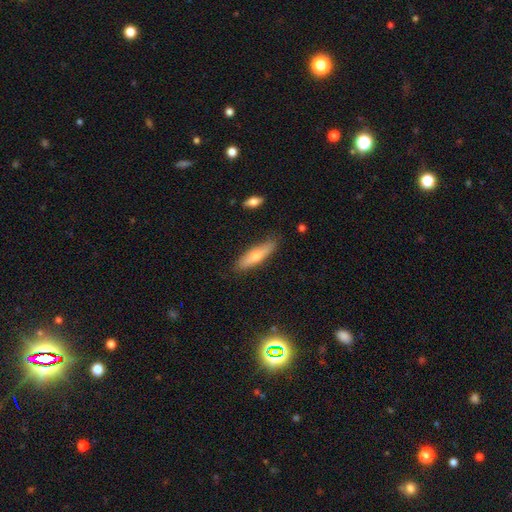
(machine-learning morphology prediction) type=smooth (64%); roundness=cigar-shaped (72%); merging=none (80%).